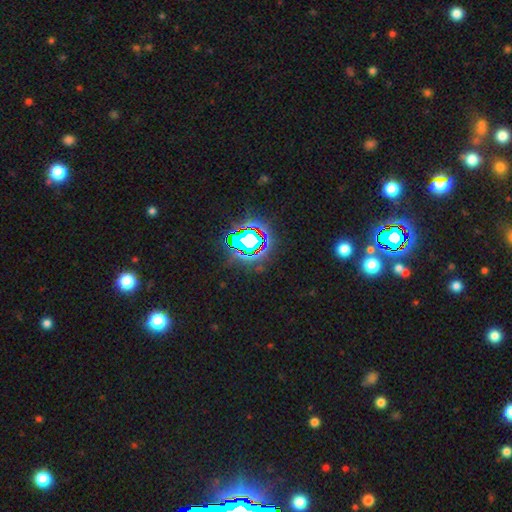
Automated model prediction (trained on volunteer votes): A star or artifact, not a galaxy (80%).

Vote fractions:
- Smooth or featured? star or artifact: 80% / smooth: 12% / featured or disk: 8%